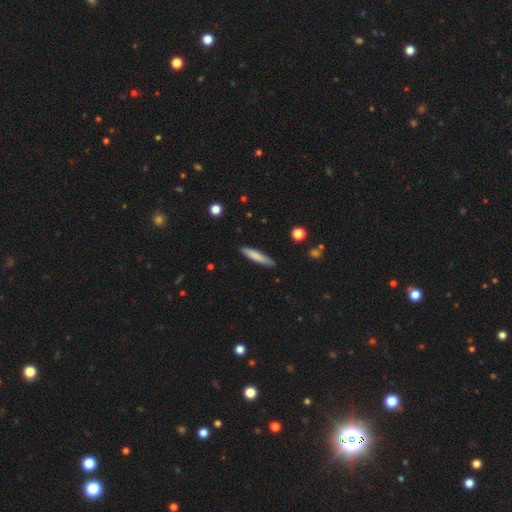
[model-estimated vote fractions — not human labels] Smooth or featured?
  - smooth: 77% *
  - featured or disk: 17%
  - star or artifact: 5%
How rounded?
  - cigar-shaped: 89% *
  - in between: 10%
  - round: 1%
Merging?
  - none: 87% *
  - minor disturbance: 10%
  - major disturbance: 2%
  - merger: 1%